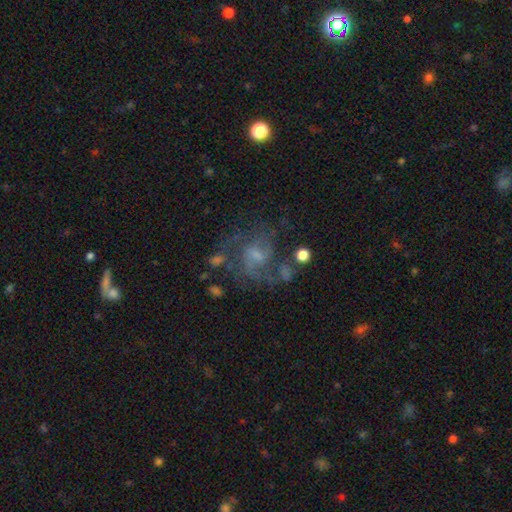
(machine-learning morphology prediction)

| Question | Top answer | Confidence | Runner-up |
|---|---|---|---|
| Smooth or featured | featured or disk | 68% | smooth (20%) |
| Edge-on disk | no | 98% | yes (2%) |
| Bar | no | 47% | weak (45%) |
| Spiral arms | yes | 79% | no (21%) |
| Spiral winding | medium | 48% | loose (26%) |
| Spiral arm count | can't tell | 35% | 2 (25%) |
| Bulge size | small | 46% | moderate (29%) |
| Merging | none | 48% | major disturbance (26%) |